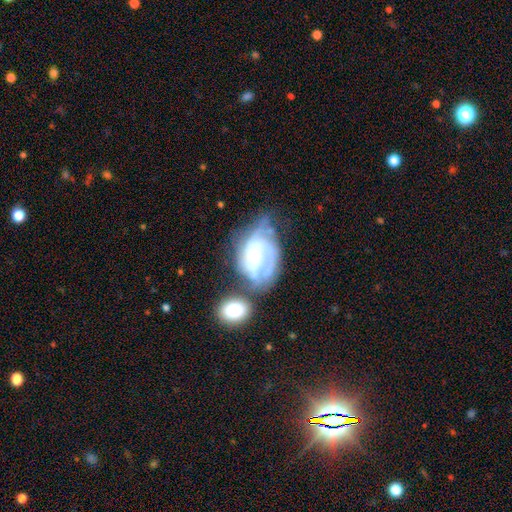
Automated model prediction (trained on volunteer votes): Smooth or featured? Predicted: featured or disk (p=0.77). Edge-on disk? Predicted: no (p=0.97). Bar? Predicted: no (p=0.49). Spiral arms? Predicted: yes (p=0.85). Spiral winding? Predicted: medium (p=0.41). Spiral arm count? Predicted: 2 (p=0.37). Bulge size? Predicted: small (p=0.50). Merging? Predicted: merger (p=0.28).